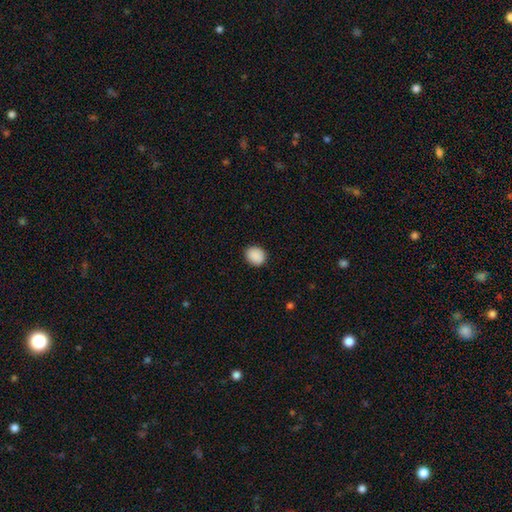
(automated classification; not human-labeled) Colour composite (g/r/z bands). It shows a smooth galaxy with no disk features (90%) that is round (67%). Merging: none (89%).